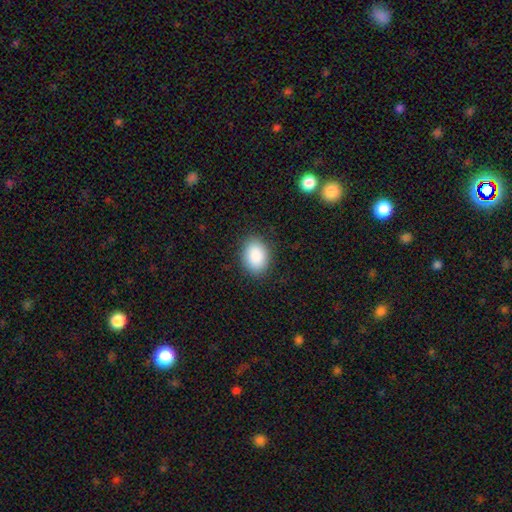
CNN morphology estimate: smooth-or-featured: smooth: 89% | star or artifact: 7% | featured or disk: 3%
  how-rounded: in between: 74% | round: 25% | cigar-shaped: 1%
  merging: none: 87% | minor disturbance: 9% | major disturbance: 3% | merger: 1%